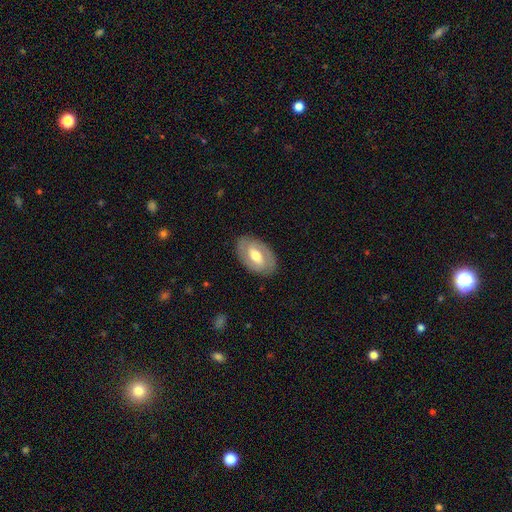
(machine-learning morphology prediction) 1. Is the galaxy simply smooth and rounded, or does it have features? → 62% featured or disk, 33% smooth, 5% star or artifact.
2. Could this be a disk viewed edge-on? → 93% no, 7% yes.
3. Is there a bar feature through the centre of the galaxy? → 45% weak, 29% no, 26% strong.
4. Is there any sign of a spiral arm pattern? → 60% yes, 40% no.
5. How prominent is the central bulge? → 67% moderate, 16% small, 14% large, 1% none, 1% dominant.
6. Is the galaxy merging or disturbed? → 84% none, 11% minor disturbance, 4% major disturbance, 1% merger.